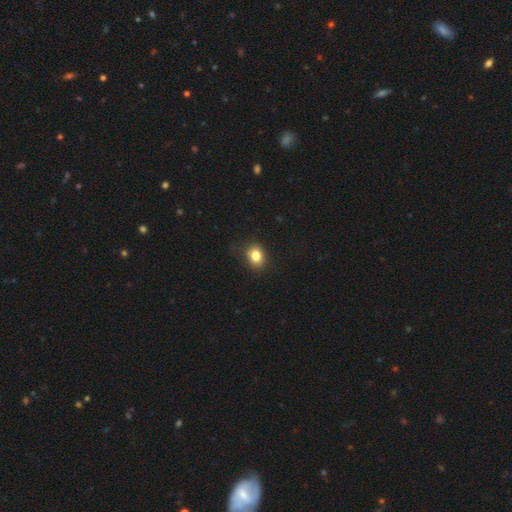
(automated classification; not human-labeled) Smooth or featured? smooth (82%)
How rounded? in between (52%)
Merging? none (80%)